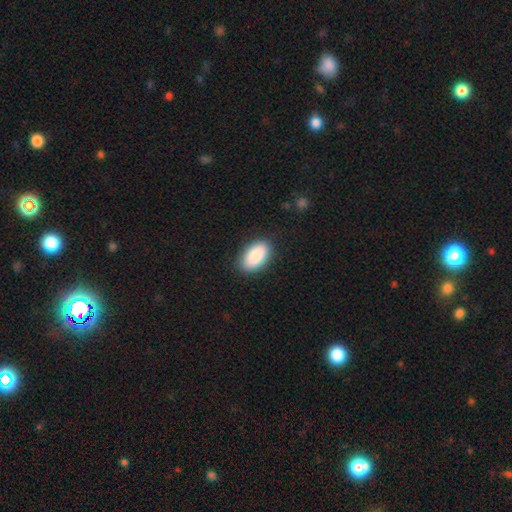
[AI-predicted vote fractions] Smooth or featured?
  - smooth: 88% *
  - star or artifact: 6%
  - featured or disk: 6%
How rounded?
  - in between: 94% *
  - round: 4%
  - cigar-shaped: 2%
Merging?
  - none: 88% *
  - minor disturbance: 9%
  - major disturbance: 2%
  - merger: 1%